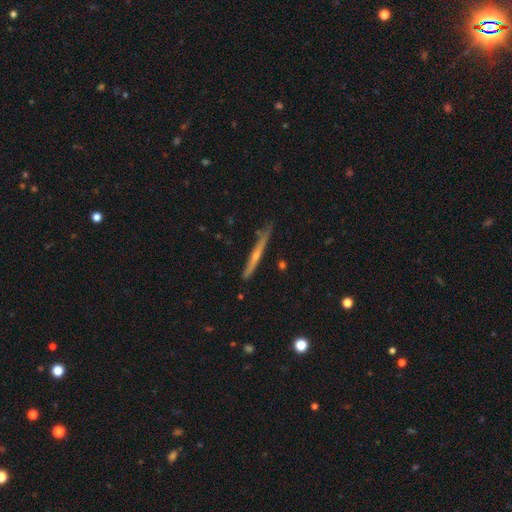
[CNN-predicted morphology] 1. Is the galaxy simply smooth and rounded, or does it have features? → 67% featured or disk, 27% smooth, 6% star or artifact.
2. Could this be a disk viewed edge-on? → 97% yes, 3% no.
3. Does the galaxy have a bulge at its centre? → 59% rounded, 37% none, 4% boxy.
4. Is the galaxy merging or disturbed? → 84% none, 12% minor disturbance, 2% major disturbance, 2% merger.